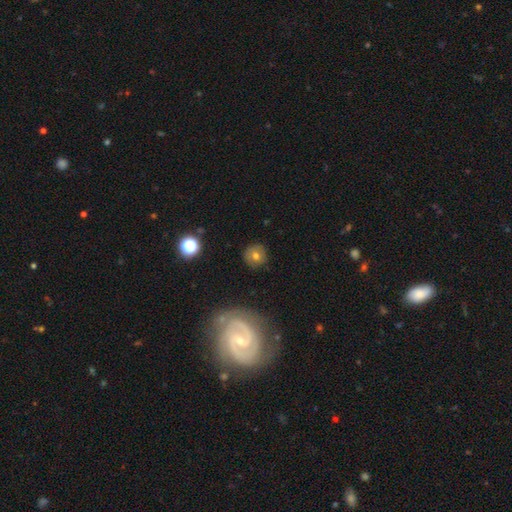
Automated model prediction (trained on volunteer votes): Smooth or featured?
  - smooth: 68% *
  - featured or disk: 20%
  - star or artifact: 12%
How rounded?
  - round: 91% *
  - in between: 8%
  - cigar-shaped: 1%
Merging?
  - none: 85% *
  - minor disturbance: 11%
  - major disturbance: 3%
  - merger: 2%